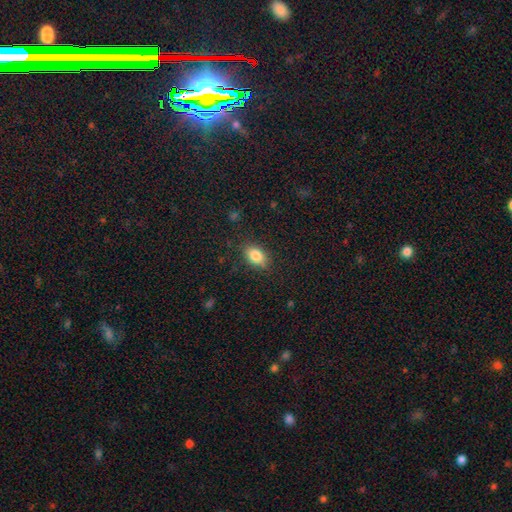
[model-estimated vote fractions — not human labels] A smooth galaxy with no disk features (83%) that is in between round and cigar-shaped (84%). Merging: none (82%).